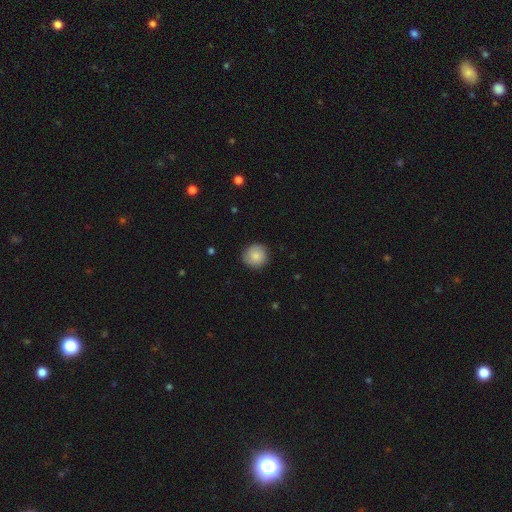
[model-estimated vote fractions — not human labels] Smooth or featured? Predicted: smooth (p=0.81). How rounded? Predicted: round (p=0.94). Merging? Predicted: none (p=0.87).